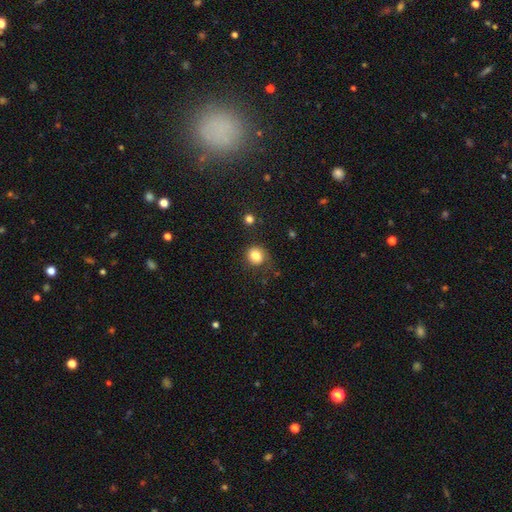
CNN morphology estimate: Overall: smooth (81%). How rounded: round (82%). Merging: none (75%).